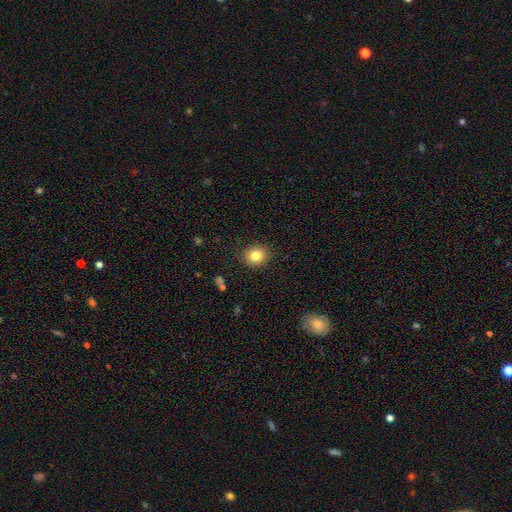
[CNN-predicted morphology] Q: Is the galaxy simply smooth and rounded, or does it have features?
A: smooth — 82%.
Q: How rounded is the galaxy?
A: round — 72%.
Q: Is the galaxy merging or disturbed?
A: none — 90%.